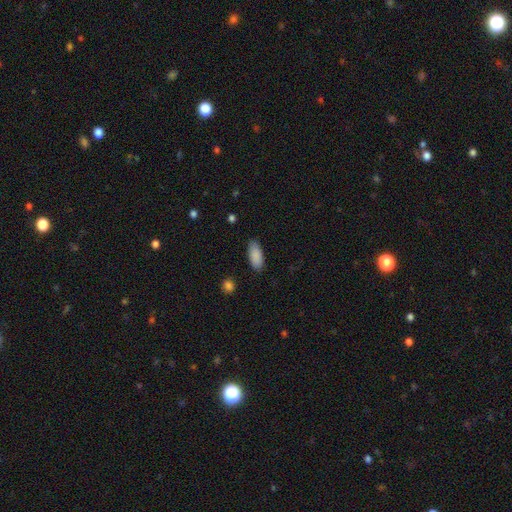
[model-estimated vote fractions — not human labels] Smooth or featured? smooth (89%)
How rounded? in between (86%)
Merging? none (87%)